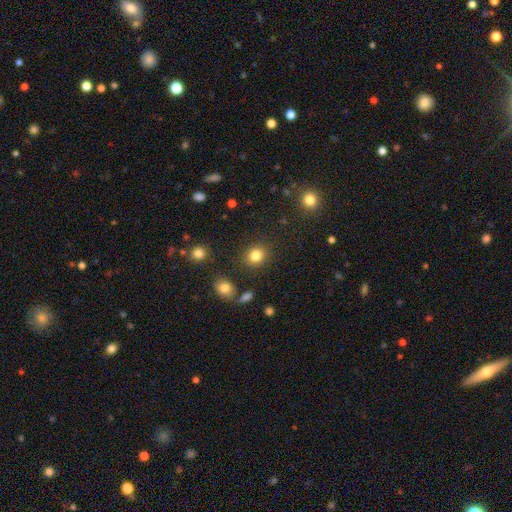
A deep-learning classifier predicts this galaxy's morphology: A smooth galaxy with no disk features (83%) that is round (78%). Merging: none (87%).